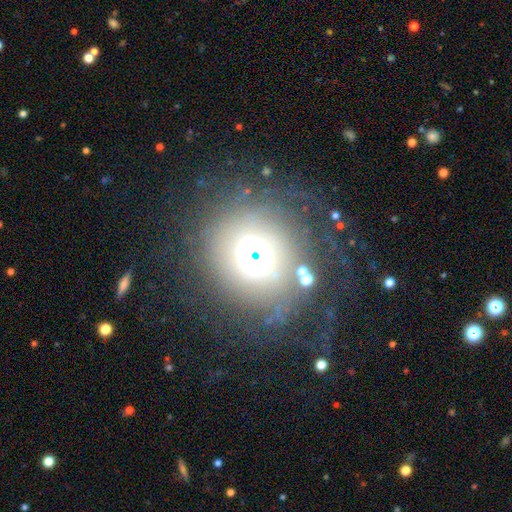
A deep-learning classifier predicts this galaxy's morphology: This is possibly a smooth galaxy (49%). Merging: likely none (70%).